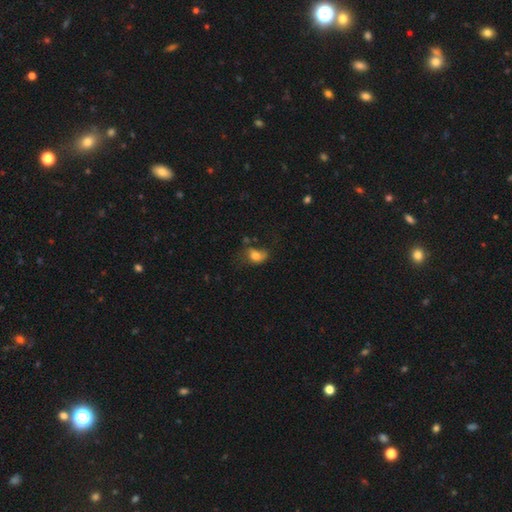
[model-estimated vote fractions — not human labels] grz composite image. It shows a smooth galaxy with no disk features (72%) that is in between round and cigar-shaped (68%). Merging: none (36%).